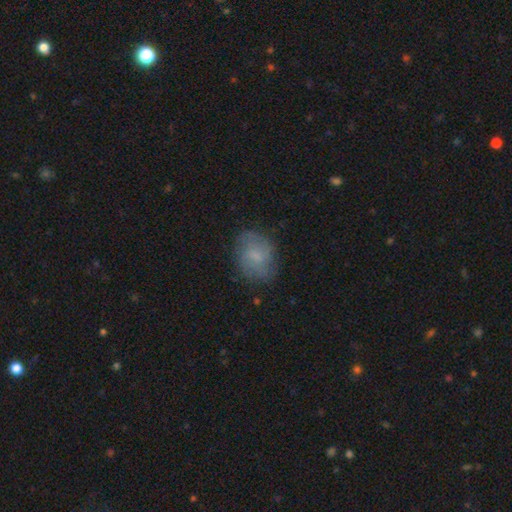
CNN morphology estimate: smooth-or-featured: smooth: 54% | featured or disk: 37% | star or artifact: 9%
  how-rounded: in between: 57% | round: 42% | cigar-shaped: 1%
  merging: none: 74% | minor disturbance: 19% | major disturbance: 6% | merger: 1%